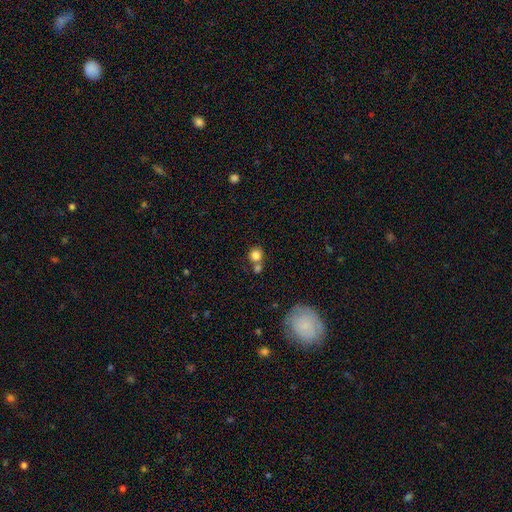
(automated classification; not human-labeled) The model was most divided on "merging": none: 54%, merger: 34%, minor disturbance: 8%, major disturbance: 3%. More confident: how rounded — round (86%); smooth or featured — smooth (82%).